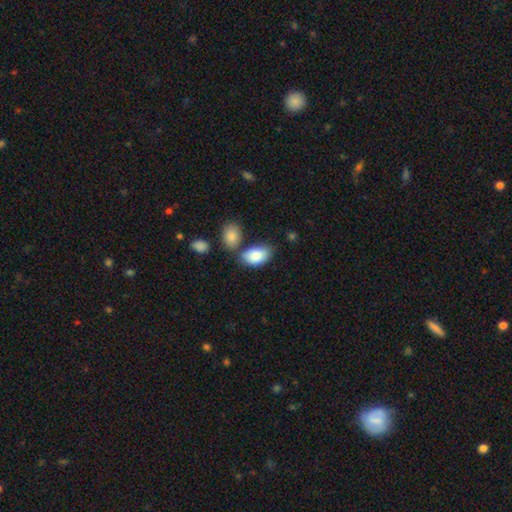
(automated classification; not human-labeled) Overall: smooth (84%). How rounded: in between (93%). Merging: none (58%; merger 20%).